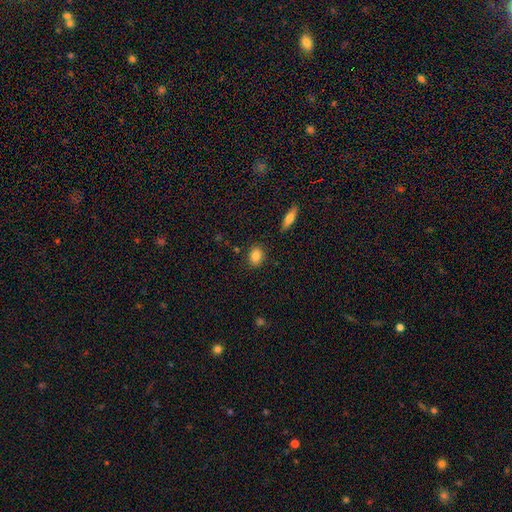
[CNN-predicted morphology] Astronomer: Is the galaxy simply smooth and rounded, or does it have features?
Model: smooth — 83%.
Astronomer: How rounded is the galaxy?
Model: in between — 57% (runner-up: round, 41%).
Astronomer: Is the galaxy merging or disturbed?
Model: none — 86%.